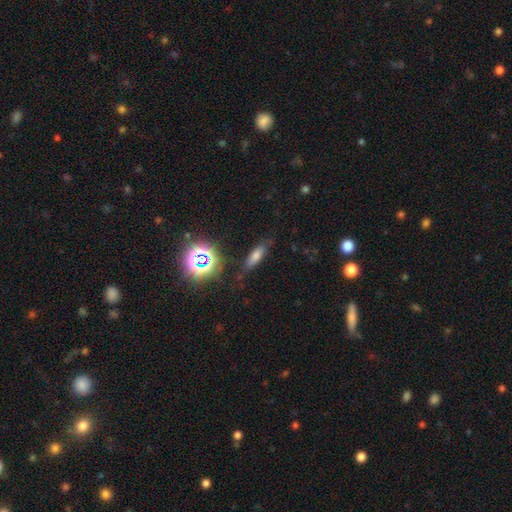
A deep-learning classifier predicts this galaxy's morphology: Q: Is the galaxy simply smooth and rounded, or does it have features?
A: smooth — 58%.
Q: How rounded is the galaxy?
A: cigar-shaped — 47%.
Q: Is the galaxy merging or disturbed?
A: none — 76%.